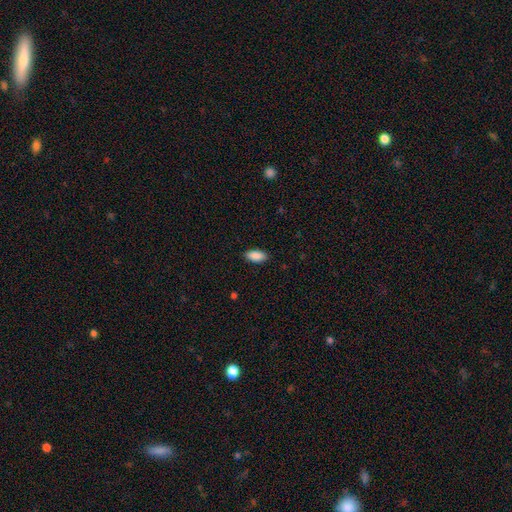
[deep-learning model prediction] smooth-or-featured: smooth: 90% | star or artifact: 7% | featured or disk: 4%
  how-rounded: in between: 91% | cigar-shaped: 6% | round: 2%
  merging: none: 87% | minor disturbance: 10% | major disturbance: 2% | merger: 1%